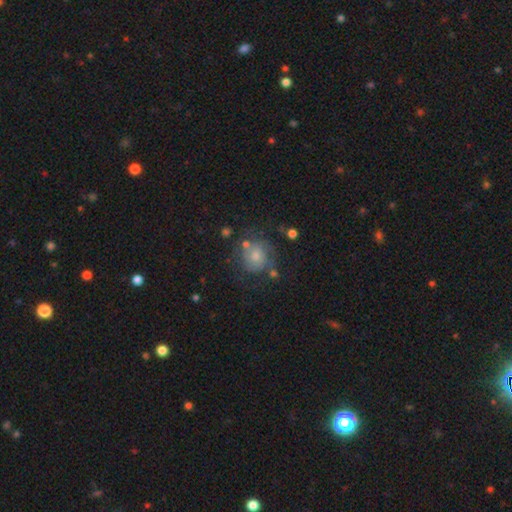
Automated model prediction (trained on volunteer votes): A featured or disk galaxy (43%). Merging: none (63%).